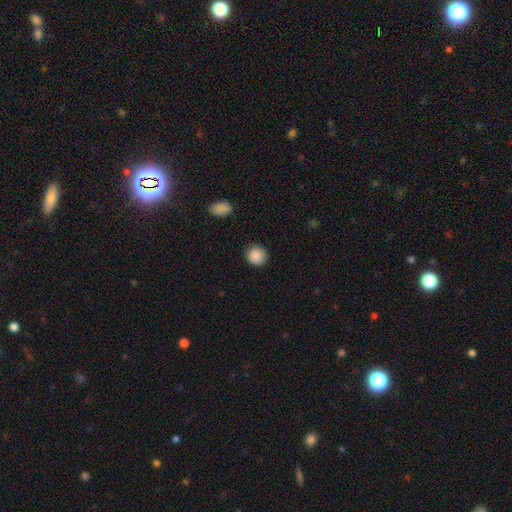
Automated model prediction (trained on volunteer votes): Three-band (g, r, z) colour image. It shows a smooth galaxy with no disk features (89%) that is round (90%). Merging: none (89%).